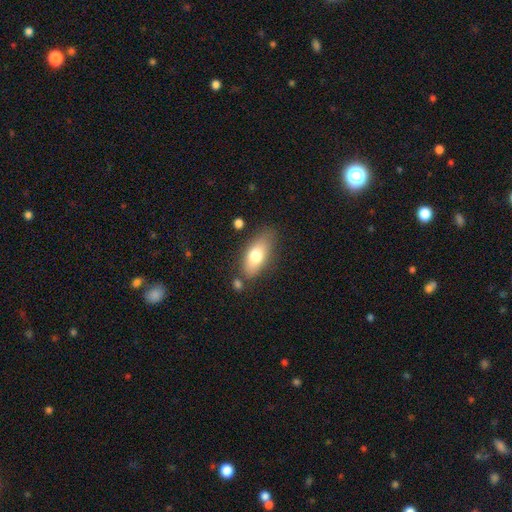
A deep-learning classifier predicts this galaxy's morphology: smooth-or-featured: smooth: 73% | featured or disk: 20% | star or artifact: 7%
  how-rounded: in between: 84% | cigar-shaped: 12% | round: 4%
  merging: none: 74% | minor disturbance: 15% | merger: 6% | major disturbance: 4%